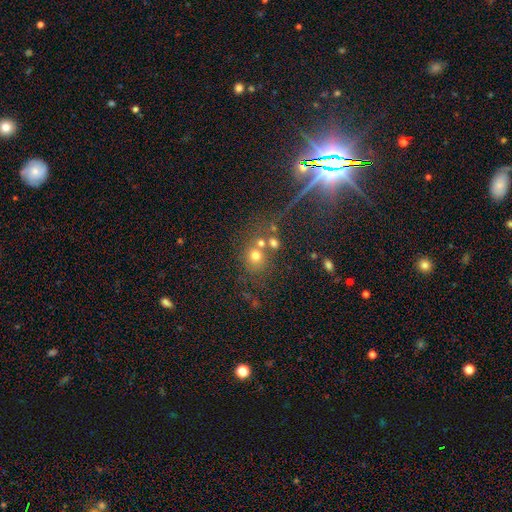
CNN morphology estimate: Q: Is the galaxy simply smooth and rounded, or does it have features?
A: smooth — 64%.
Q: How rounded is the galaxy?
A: round — 82%.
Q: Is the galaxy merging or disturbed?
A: none — 51%.